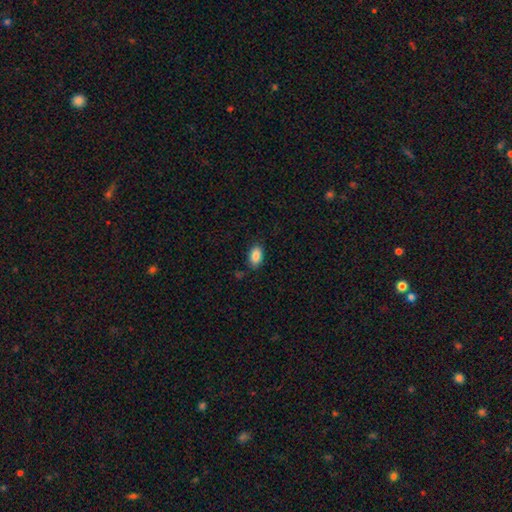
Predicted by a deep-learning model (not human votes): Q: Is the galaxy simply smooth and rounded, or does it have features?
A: smooth — 87%.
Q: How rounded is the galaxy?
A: in between — 91%.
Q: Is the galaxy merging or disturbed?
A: none — 83%.